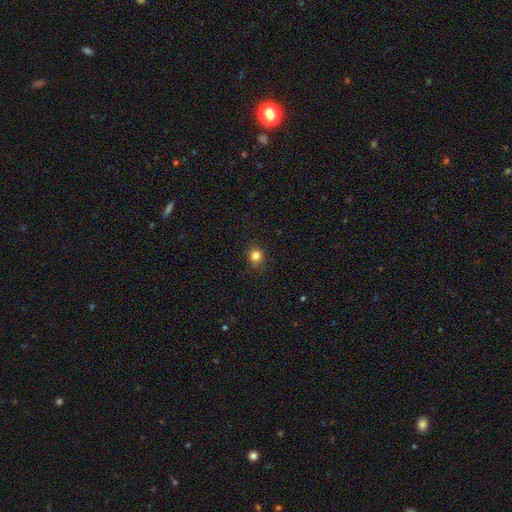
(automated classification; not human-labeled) Smooth or featured? Predicted: smooth (p=0.82). How rounded? Predicted: round (p=0.80). Merging? Predicted: none (p=0.88).